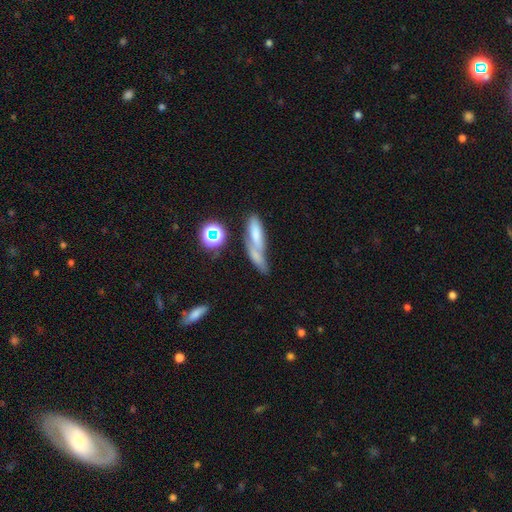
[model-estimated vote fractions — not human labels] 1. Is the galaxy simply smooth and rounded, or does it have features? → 61% smooth, 21% featured or disk, 18% star or artifact.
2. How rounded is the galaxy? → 57% cigar-shaped, 34% in between, 9% round.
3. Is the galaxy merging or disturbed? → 41% merger, 33% none, 15% minor disturbance, 11% major disturbance.